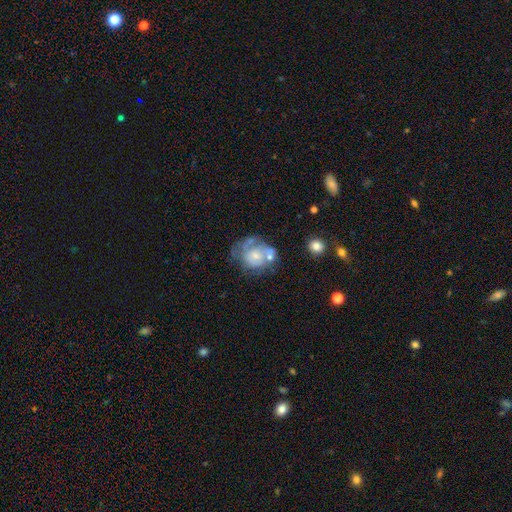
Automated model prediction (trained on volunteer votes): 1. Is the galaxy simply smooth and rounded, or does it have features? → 60% featured or disk, 33% smooth, 7% star or artifact.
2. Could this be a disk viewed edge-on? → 98% no, 2% yes.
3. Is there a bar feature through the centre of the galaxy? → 80% no, 17% weak, 3% strong.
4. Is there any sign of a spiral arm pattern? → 60% yes, 40% no.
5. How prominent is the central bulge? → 54% small, 36% moderate, 6% none, 3% large, 1% dominant.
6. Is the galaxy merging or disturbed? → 31% none, 23% major disturbance, 23% merger, 23% minor disturbance.